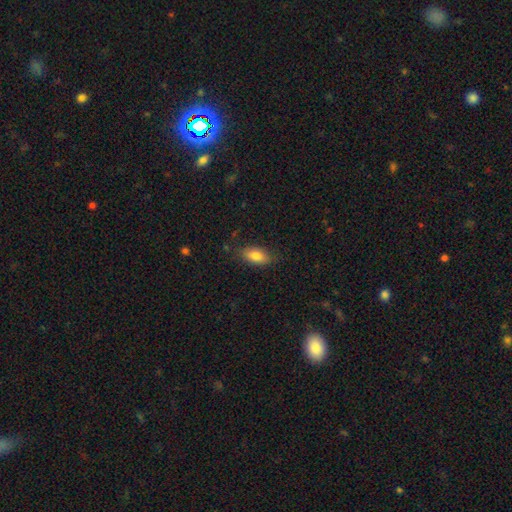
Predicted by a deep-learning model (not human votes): This appears to be a smooth galaxy with no disk features (82%) that is in between round and cigar-shaped (88%). Merging: none (81%).